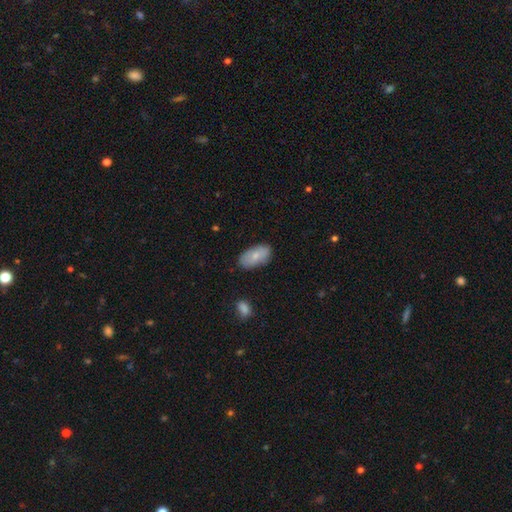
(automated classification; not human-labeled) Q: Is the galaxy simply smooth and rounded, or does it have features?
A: smooth — 75%.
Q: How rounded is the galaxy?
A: in between — 94%.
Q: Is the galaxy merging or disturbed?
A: none — 81%.